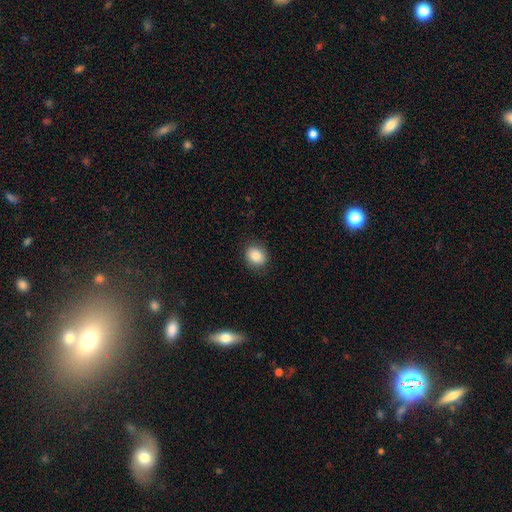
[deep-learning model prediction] This appears to be a smooth galaxy with no disk features (85%) that is round (62%). Merging: none (87%).